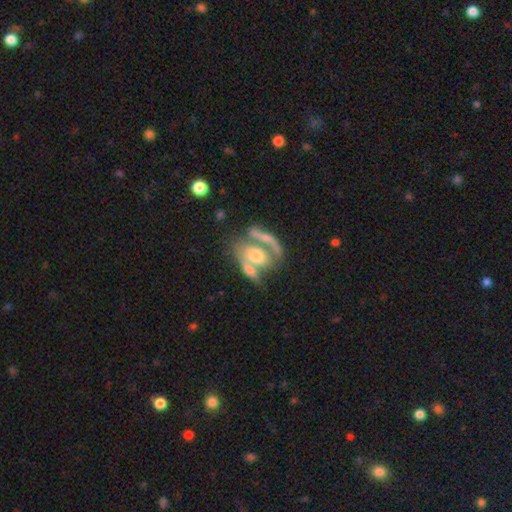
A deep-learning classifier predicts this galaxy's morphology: type=featured or disk (54%); edge-on=no (89%); merging=merger (56%).